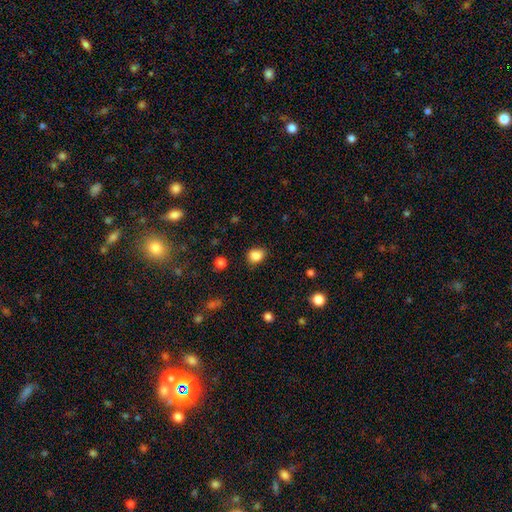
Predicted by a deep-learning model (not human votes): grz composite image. It shows a smooth galaxy with no disk features (86%) that is round (51%). Merging: none (80%).